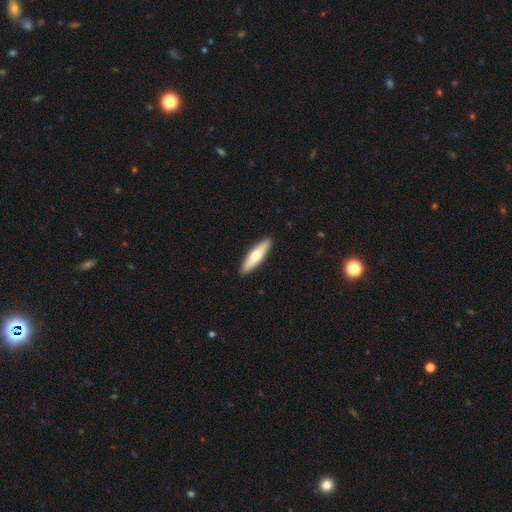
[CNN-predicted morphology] Q: Smooth or featured?
A: smooth (56%); runner-up: featured or disk (40%)
Q: How rounded?
A: cigar-shaped (73%); runner-up: in between (25%)
Q: Merging?
A: none (92%); runner-up: minor disturbance (6%)